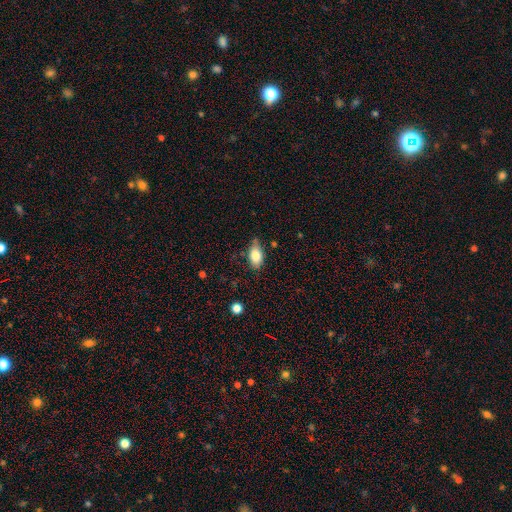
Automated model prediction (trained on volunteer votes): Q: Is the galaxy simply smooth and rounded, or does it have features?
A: smooth — 82%.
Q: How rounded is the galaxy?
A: in between — 89%.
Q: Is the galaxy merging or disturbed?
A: none — 68%.